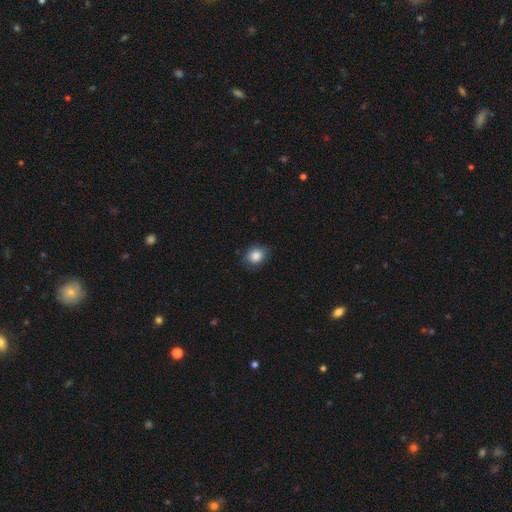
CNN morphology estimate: type=smooth (87%); roundness=round (61%); merging=none (80%).